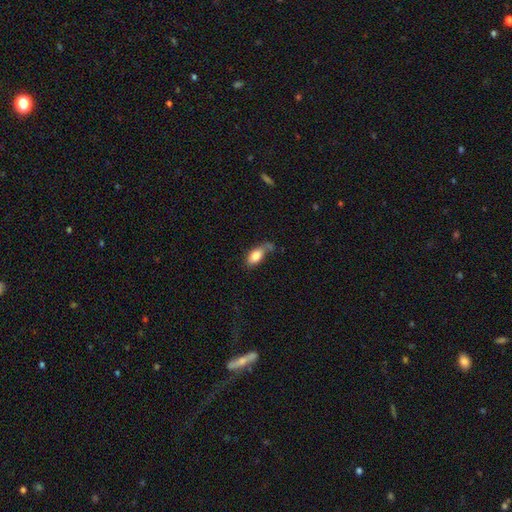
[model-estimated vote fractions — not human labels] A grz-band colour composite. It shows a smooth galaxy with no disk features (81%) that is in between round and cigar-shaped (88%). Merging: none (44%).